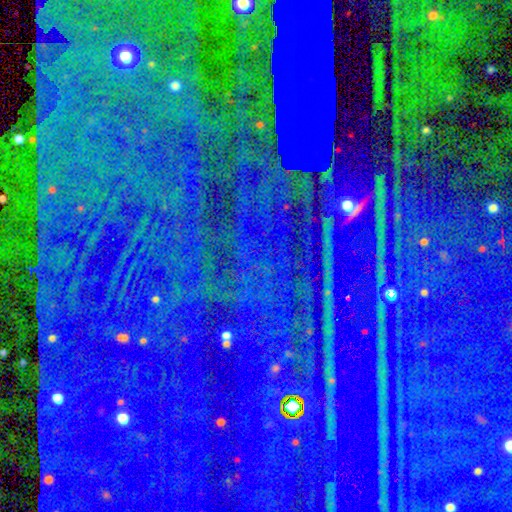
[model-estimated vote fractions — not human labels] Smooth or featured?
  - star or artifact: 86% *
  - smooth: 7%
  - featured or disk: 7%